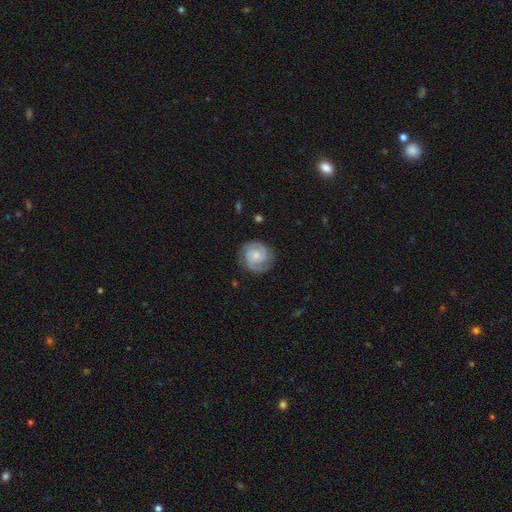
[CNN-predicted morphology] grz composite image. It shows a featured or disk galaxy (83%) with no bar (68%), 2 (69%) tight (63%) spiral arms (97%) and a small central bulge (60%). Merging: none (82%).